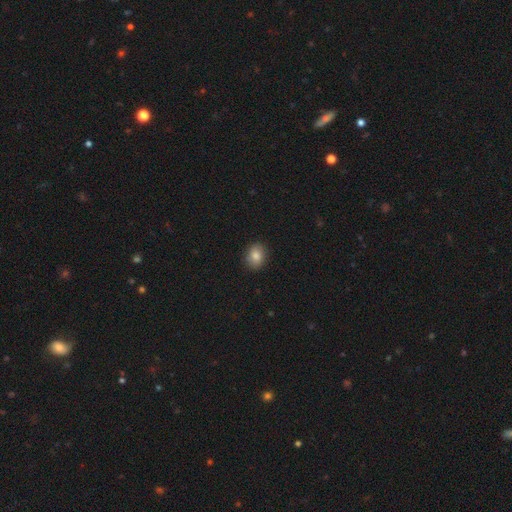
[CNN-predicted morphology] This is clearly a smooth galaxy (84%). How rounded: possibly in between (51%). Merging: clearly none (88%).